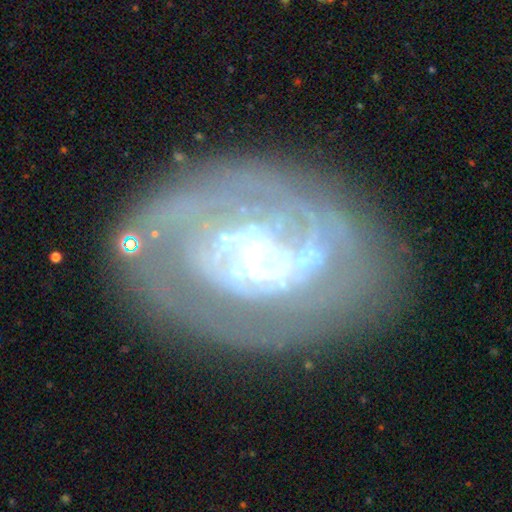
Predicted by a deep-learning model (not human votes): smooth-or-featured: featured or disk: 78% | smooth: 14% | star or artifact: 8%
  disk-edge-on: no: 96% | yes: 4%
    bar: no: 42% | weak: 36% | strong: 22%
    has-spiral-arms: yes: 66% | no: 34%
    bulge-size: moderate: 41% | small: 38% | large: 11% | none: 8% | dominant: 2%
  merging: none: 64% | minor disturbance: 19% | major disturbance: 13% | merger: 4%